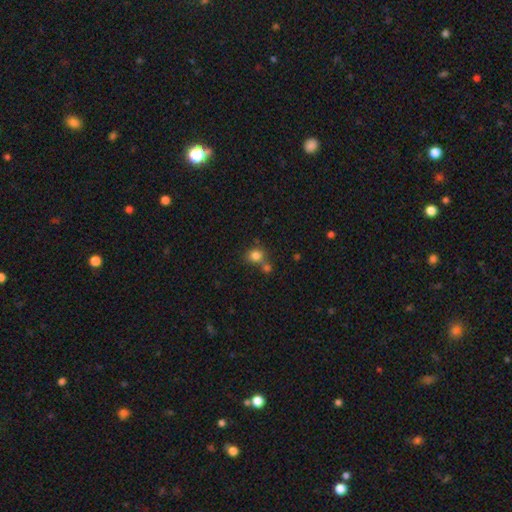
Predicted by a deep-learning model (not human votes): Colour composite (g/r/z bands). It shows a smooth galaxy with no disk features (81%) that is round (76%). Merging: none (53%).